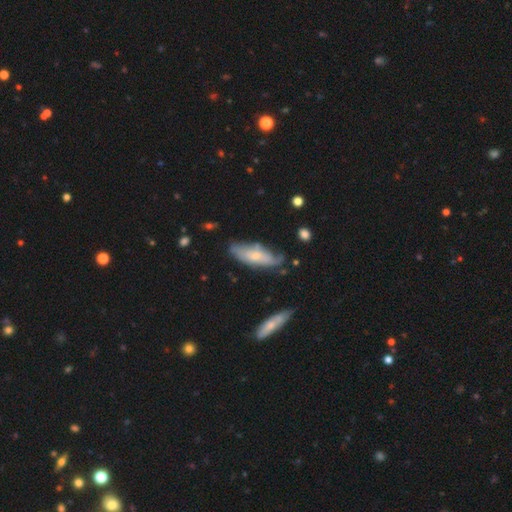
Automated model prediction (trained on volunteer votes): smooth-or-featured: smooth: 48% | featured or disk: 46% | star or artifact: 6%
  merging: none: 55% | minor disturbance: 31% | major disturbance: 10% | merger: 4%